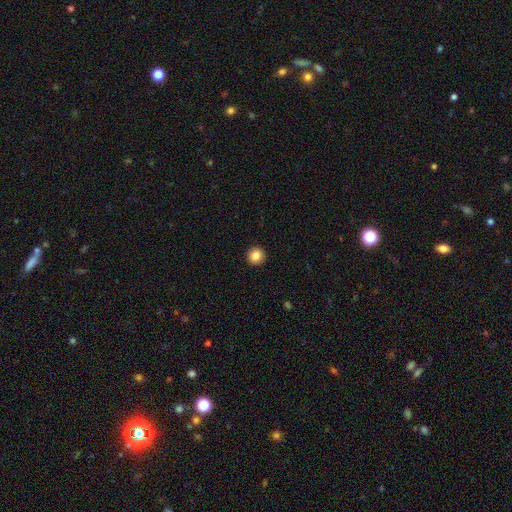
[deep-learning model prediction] A smooth galaxy with no disk features (85%) that is round (95%).

Vote fractions:
- Smooth or featured? smooth: 85% / star or artifact: 10% / featured or disk: 6%
- How rounded? round: 95% / in between: 4% / cigar-shaped: 1%
- Merging? none: 94% / minor disturbance: 4% / major disturbance: 1% / merger: 1%